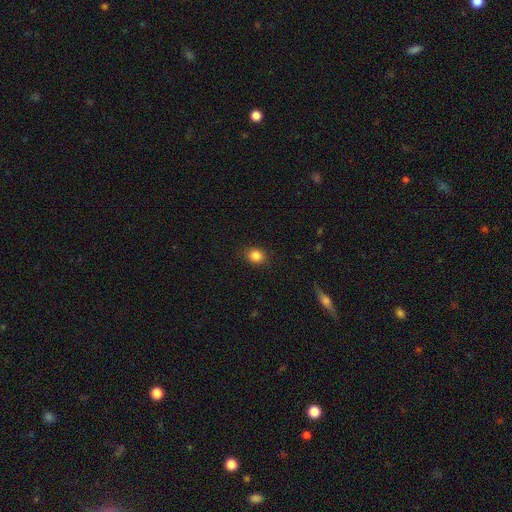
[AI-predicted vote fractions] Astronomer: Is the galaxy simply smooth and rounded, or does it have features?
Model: smooth — 85%.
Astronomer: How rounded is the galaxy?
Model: round — 65%.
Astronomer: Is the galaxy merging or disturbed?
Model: none — 87%.